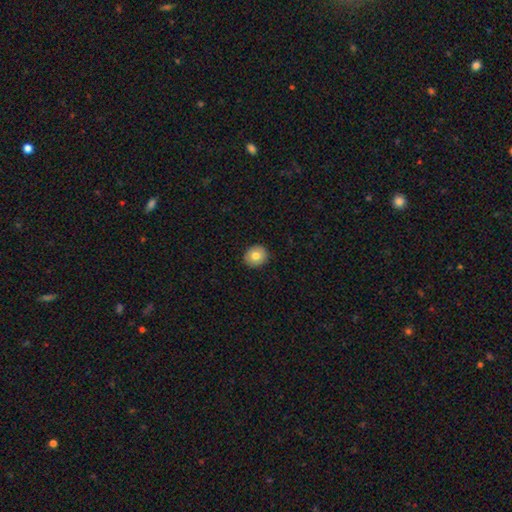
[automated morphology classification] Smooth or featured? smooth (77%)
How rounded? round (85%)
Merging? none (91%)